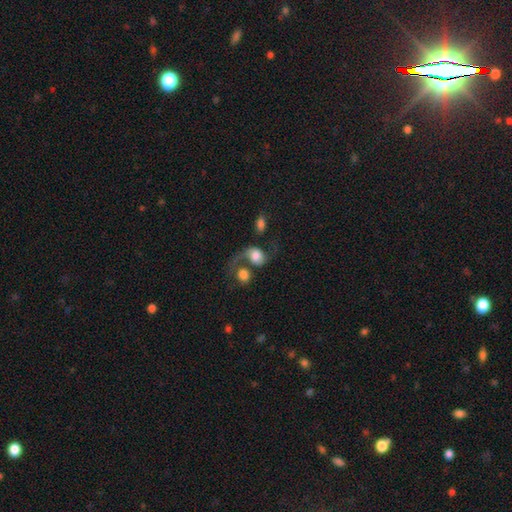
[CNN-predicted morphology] Smooth or featured? Predicted: featured or disk (p=0.52). Edge-on disk? Predicted: no (p=0.97). Bar? Predicted: no (p=0.66). Spiral arms? Predicted: yes (p=0.84). Bulge size? Predicted: large (p=0.40). Merging? Predicted: merger (p=0.44).